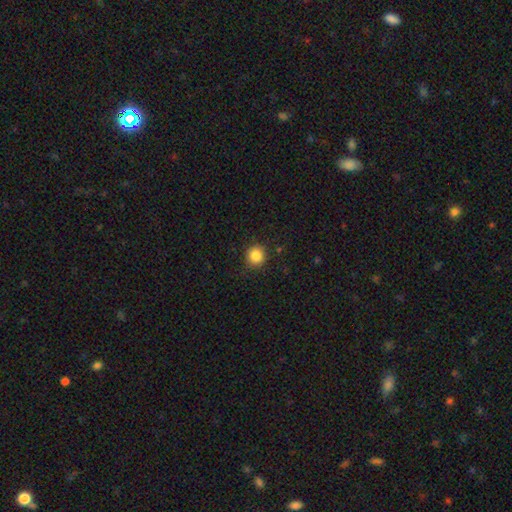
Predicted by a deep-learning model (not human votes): This appears to be a smooth galaxy with no disk features (85%) that is round (90%). Merging: none (88%).